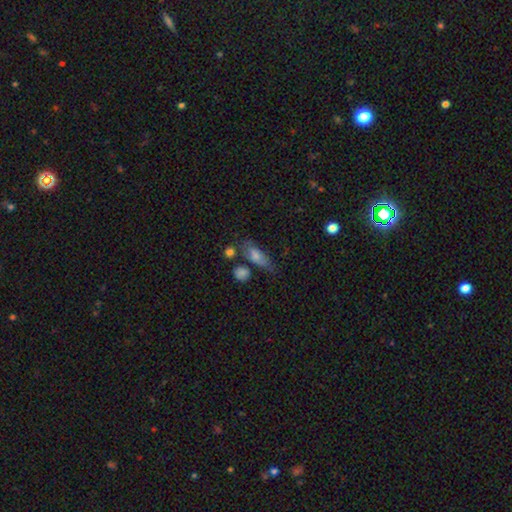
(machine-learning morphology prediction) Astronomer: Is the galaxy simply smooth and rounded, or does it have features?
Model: smooth — 65%.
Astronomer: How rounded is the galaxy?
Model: in between — 62%.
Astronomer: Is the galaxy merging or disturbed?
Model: none — 53%.